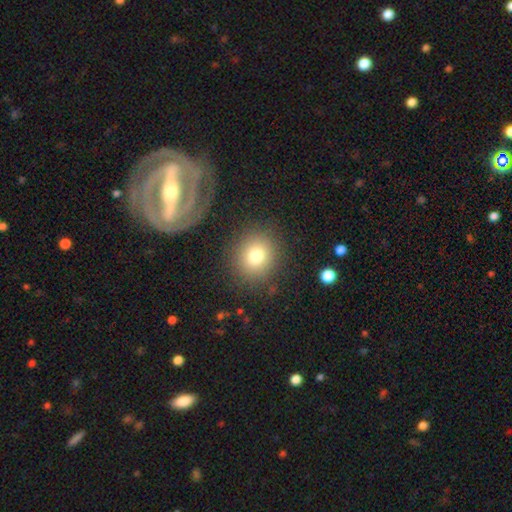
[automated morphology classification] Smooth or featured? Predicted: smooth (p=0.77). How rounded? Predicted: round (p=0.85). Merging? Predicted: none (p=0.87).